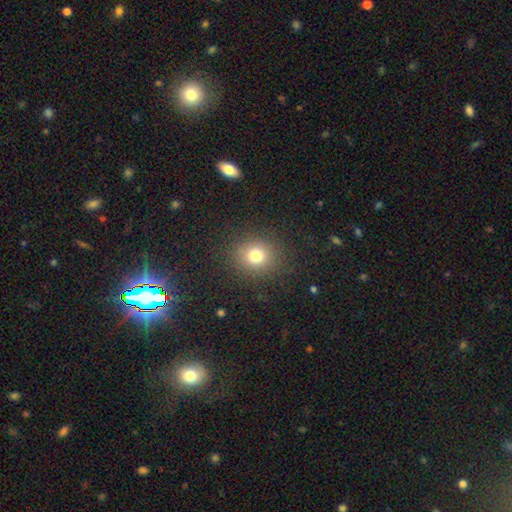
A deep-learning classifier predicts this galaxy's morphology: This is likely a smooth galaxy (76%). How rounded: clearly round (83%). Merging: clearly none (88%).